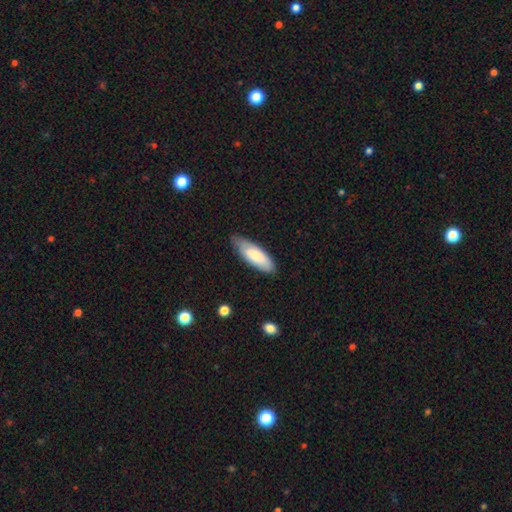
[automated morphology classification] type=smooth (73%); roundness=in between (69%); merging=none (72%).